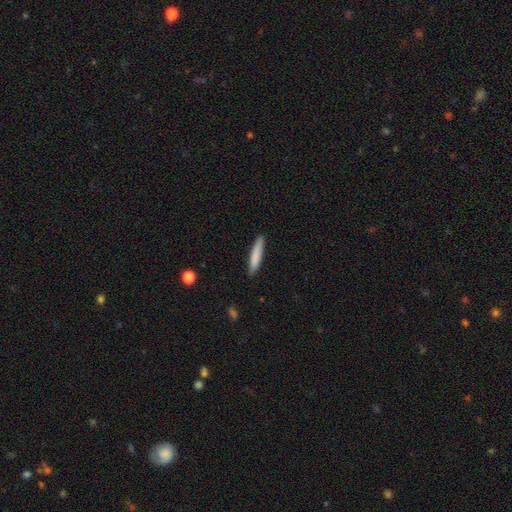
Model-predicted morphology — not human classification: A smooth galaxy with no disk features (82%) that is cigar-shaped (88%). Merging: none (88%).